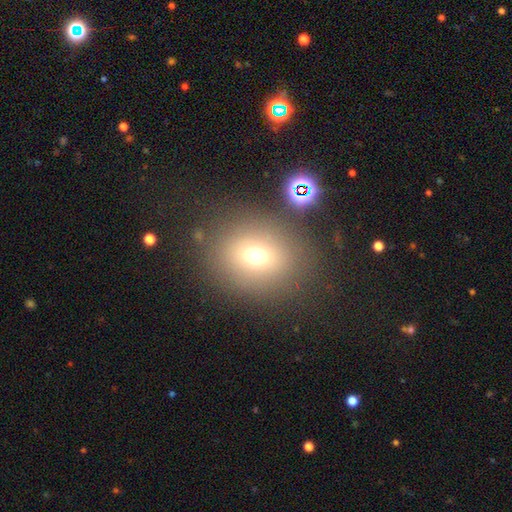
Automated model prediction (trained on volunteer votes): smooth_or_featured: smooth (p=0.68) [alt: star or artifact p=0.18]
how_rounded: round (p=0.64) [alt: in between p=0.35]
merging: none (p=0.77) [alt: minor disturbance p=0.11]